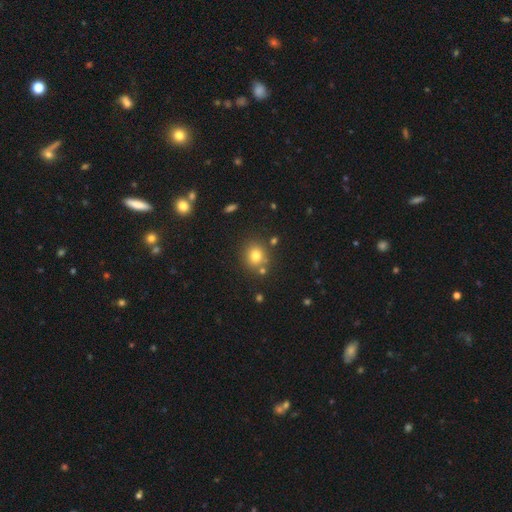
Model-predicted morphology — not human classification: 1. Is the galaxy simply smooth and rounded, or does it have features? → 77% smooth, 14% star or artifact, 9% featured or disk.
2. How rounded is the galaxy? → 81% round, 18% in between, 1% cigar-shaped.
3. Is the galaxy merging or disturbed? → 79% none, 10% minor disturbance, 9% merger, 3% major disturbance.